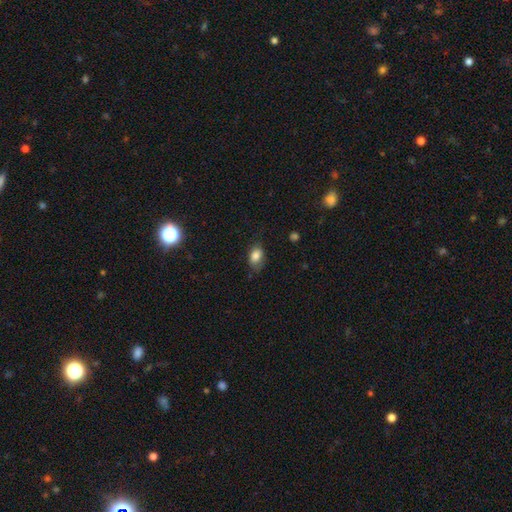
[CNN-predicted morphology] Smooth or featured?
  - smooth: 83% *
  - star or artifact: 9%
  - featured or disk: 8%
How rounded?
  - in between: 86% *
  - round: 12%
  - cigar-shaped: 2%
Merging?
  - none: 69% *
  - minor disturbance: 24%
  - major disturbance: 6%
  - merger: 1%